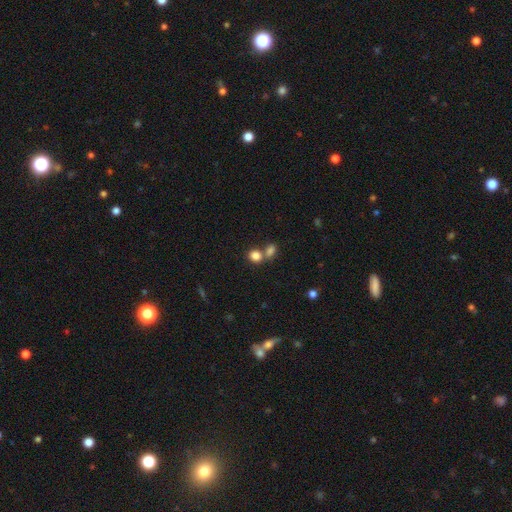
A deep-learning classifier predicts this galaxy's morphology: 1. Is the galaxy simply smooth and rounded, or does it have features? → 83% smooth, 10% star or artifact, 7% featured or disk.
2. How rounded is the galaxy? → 63% round, 36% in between, 1% cigar-shaped.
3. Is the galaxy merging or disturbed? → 45% merger, 43% none, 8% minor disturbance, 3% major disturbance.